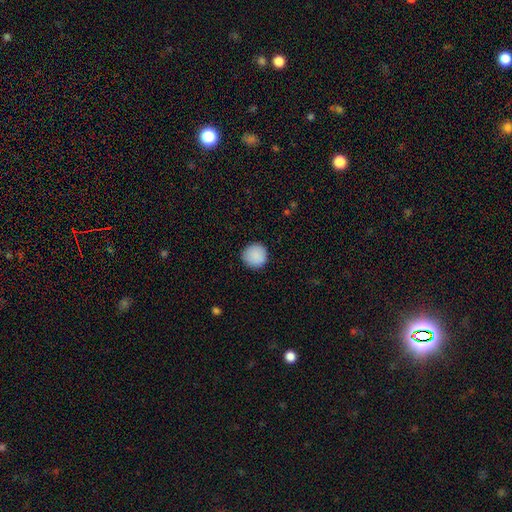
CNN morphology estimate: type=smooth (90%); roundness=round (95%); merging=none (91%).